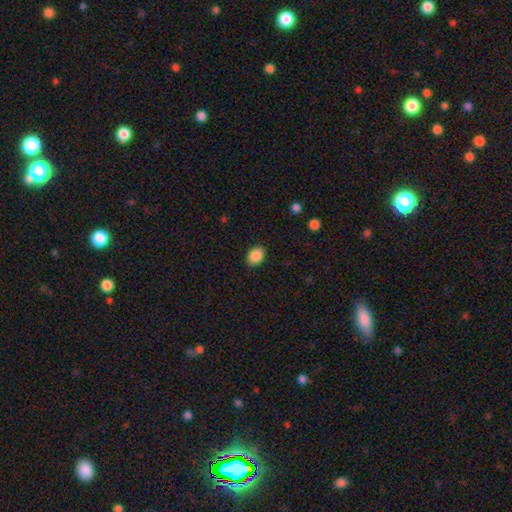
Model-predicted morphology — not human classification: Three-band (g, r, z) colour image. It shows a smooth galaxy with no disk features (88%) that is in between round and cigar-shaped (74%). Merging: none (88%).